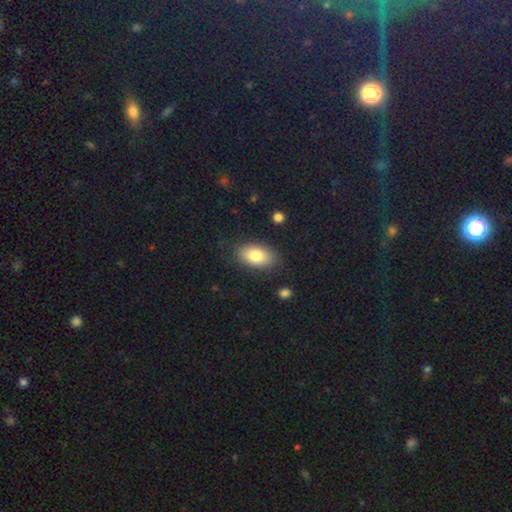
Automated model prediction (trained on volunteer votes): Q: Smooth or featured?
A: smooth (81%); runner-up: featured or disk (12%)
Q: How rounded?
A: in between (92%); runner-up: round (6%)
Q: Merging?
A: none (84%); runner-up: minor disturbance (12%)